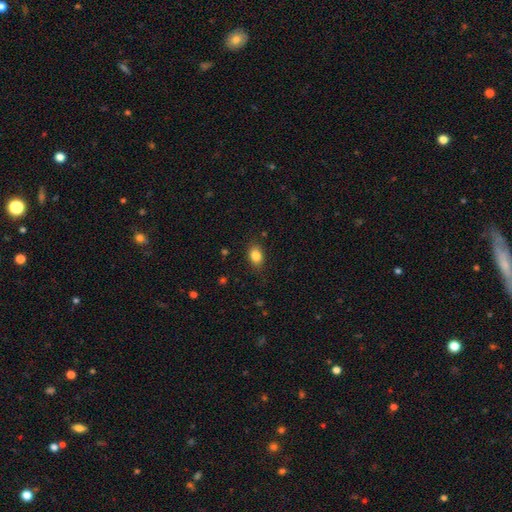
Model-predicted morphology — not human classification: smooth_or_featured: smooth (p=0.85) [alt: star or artifact p=0.09]
how_rounded: in between (p=0.76) [alt: round p=0.23]
merging: none (p=0.84) [alt: minor disturbance p=0.12]